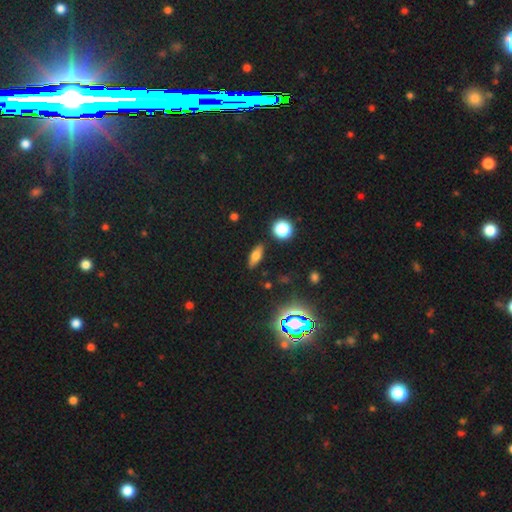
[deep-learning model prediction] Smooth or featured?
  - smooth: 63% *
  - featured or disk: 23%
  - star or artifact: 15%
How rounded?
  - in between: 64% *
  - cigar-shaped: 27%
  - round: 9%
Merging?
  - none: 86% *
  - minor disturbance: 9%
  - major disturbance: 2%
  - merger: 2%